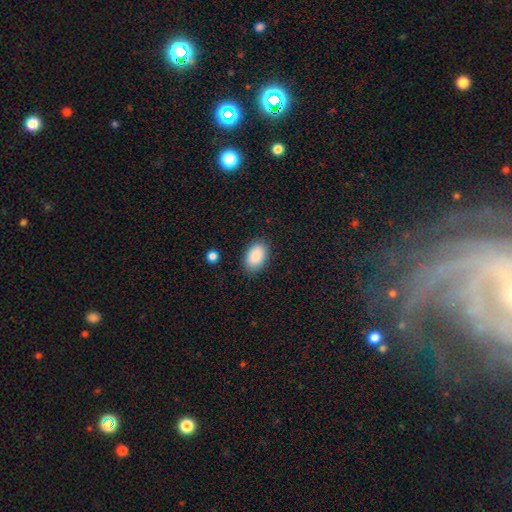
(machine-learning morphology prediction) smooth_or_featured: smooth (p=0.89) [alt: star or artifact p=0.07]
how_rounded: in between (p=0.92) [alt: round p=0.06]
merging: none (p=0.86) [alt: minor disturbance p=0.10]